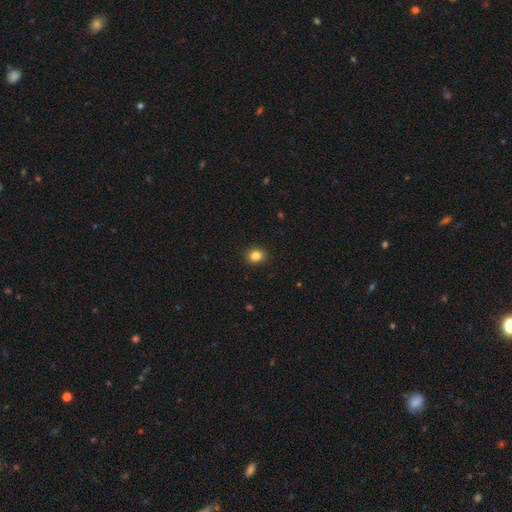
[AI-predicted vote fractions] Smooth or featured? smooth (84%)
How rounded? round (73%)
Merging? none (91%)